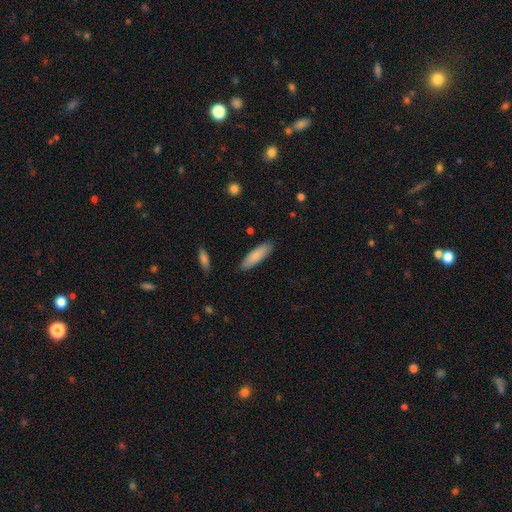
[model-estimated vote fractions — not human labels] Q: Smooth or featured?
A: smooth (83%); runner-up: featured or disk (11%)
Q: How rounded?
A: cigar-shaped (53%); runner-up: in between (45%)
Q: Merging?
A: none (87%); runner-up: minor disturbance (10%)